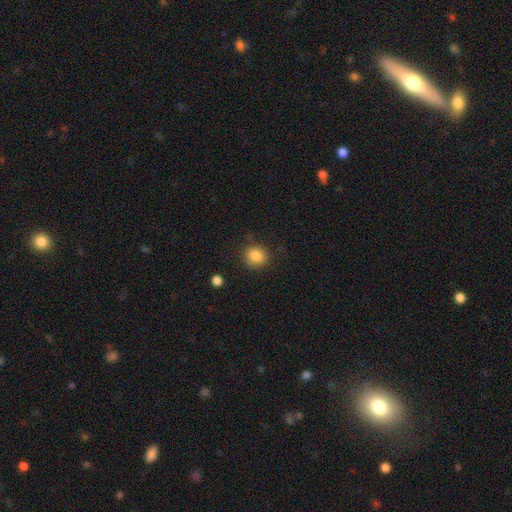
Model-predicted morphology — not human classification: Smooth or featured? smooth (86%)
How rounded? round (78%)
Merging? none (82%)